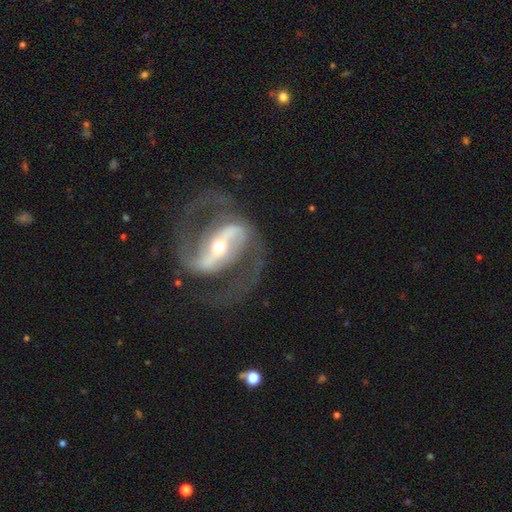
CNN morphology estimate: A featured or disk galaxy (91%) with a strong bar (68%), 2 (93%) medium (59%) spiral arms (96%) and a small central bulge (50%).

Vote fractions:
- Smooth or featured? featured or disk: 91% / star or artifact: 5% / smooth: 4%
- Edge-on disk? no: 96% / yes: 4%
- Bar? strong: 68% / weak: 22% / no: 10%
- Spiral arms? yes: 96% / no: 4%
- Spiral winding? medium: 59% / loose: 22% / tight: 19%
- Spiral arm count? 2: 93% / can't tell: 2% / 1: 1% / 3: 1% / 4: 1% / more than 4: 1%
- Bulge size? small: 50% / moderate: 43% / large: 5% / dominant: 1% / none: 1%
- Merging? none: 77% / minor disturbance: 11% / major disturbance: 10% / merger: 2%